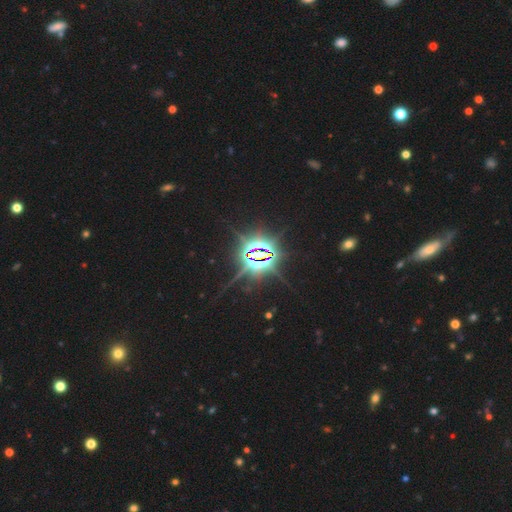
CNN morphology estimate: star or artifact 86%, featured or disk 9%, smooth 5%.